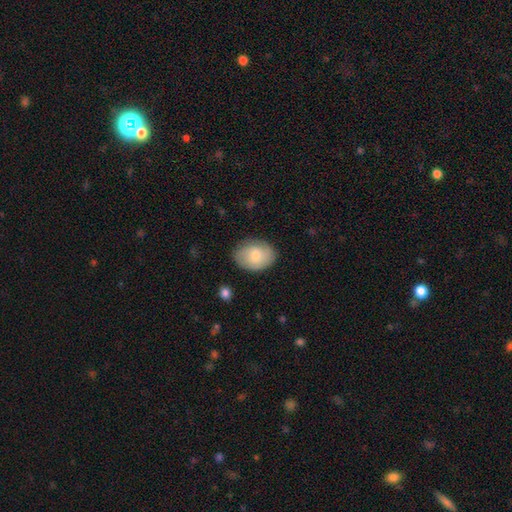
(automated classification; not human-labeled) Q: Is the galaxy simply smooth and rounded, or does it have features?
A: smooth — 77%.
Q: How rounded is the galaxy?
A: in between — 74%.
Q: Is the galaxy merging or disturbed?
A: none — 80%.